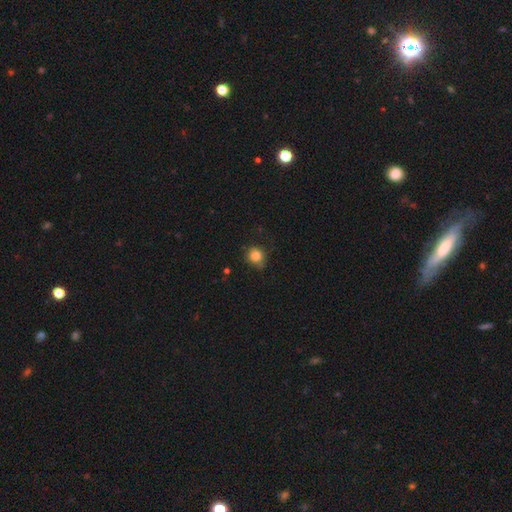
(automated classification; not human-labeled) Smooth or featured: smooth — 82% (star or artifact — 10%)
How rounded: round — 77% (in between — 22%)
Merging: none — 67% (minor disturbance — 25%)